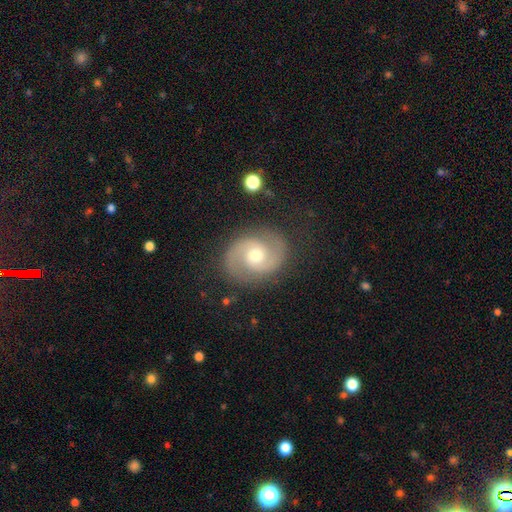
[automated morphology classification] Smooth or featured? featured or disk (86%)
Edge-on disk? no (98%)
Bar? no (60%)
Spiral arms? yes (96%)
Spiral winding? medium (55%)
Spiral arm count? 2 (93%)
Bulge size? moderate (71%)
Merging? none (85%)